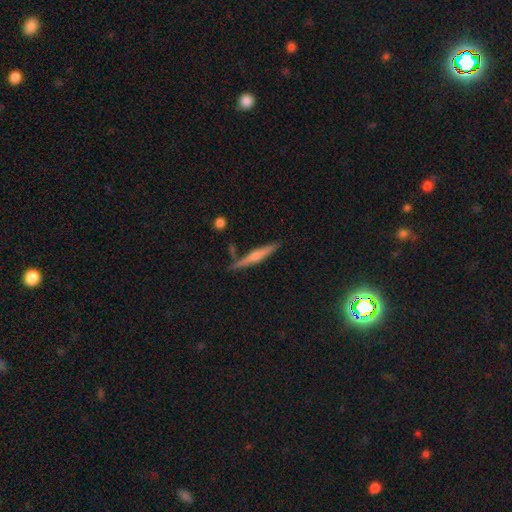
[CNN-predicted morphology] This appears to be a featured or disk galaxy (56%) viewed edge-on (97%) with a rounded central bulge (73%). Merging: none (82%).